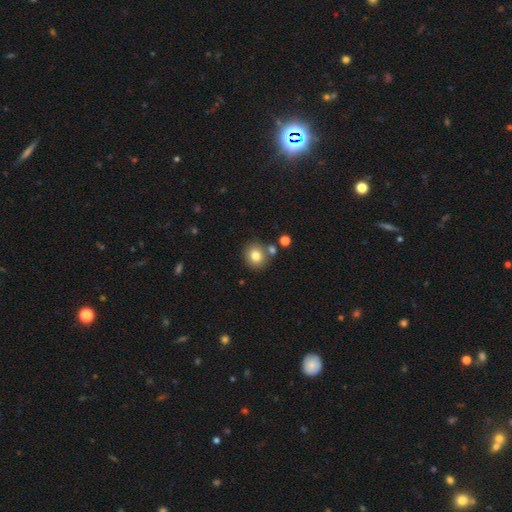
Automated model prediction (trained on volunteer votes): The model was most divided on "merging": none: 74%, merger: 13%, minor disturbance: 10%, major disturbance: 3%. More confident: how rounded — round (83%); smooth or featured — smooth (80%).